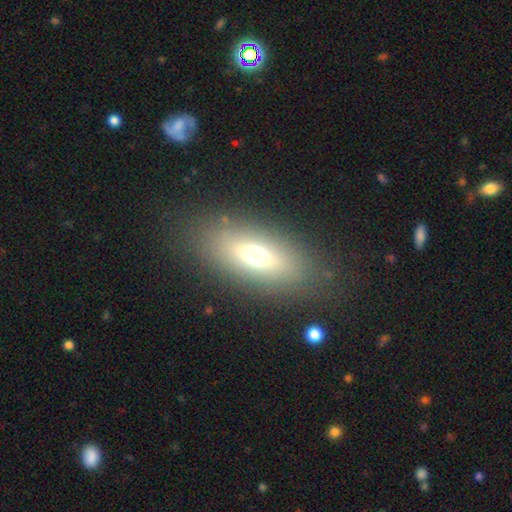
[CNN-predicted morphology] This appears to be a smooth galaxy with no disk features (63%) that is in between round and cigar-shaped (76%). Merging: none (82%).